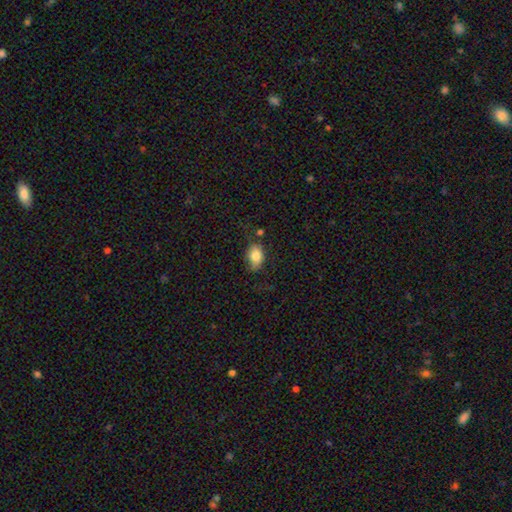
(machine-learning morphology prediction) The model was most divided on "merging": none: 57%, minor disturbance: 28%, major disturbance: 11%, merger: 5%. More confident: how rounded — in between (82%); smooth or featured — smooth (81%).